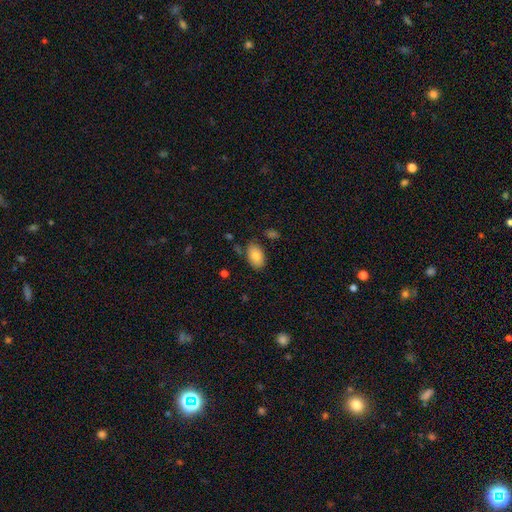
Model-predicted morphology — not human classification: Smooth or featured?
  - smooth: 81% *
  - featured or disk: 12%
  - star or artifact: 7%
How rounded?
  - in between: 91% *
  - round: 8%
  - cigar-shaped: 1%
Merging?
  - none: 74% *
  - minor disturbance: 18%
  - major disturbance: 4%
  - merger: 4%